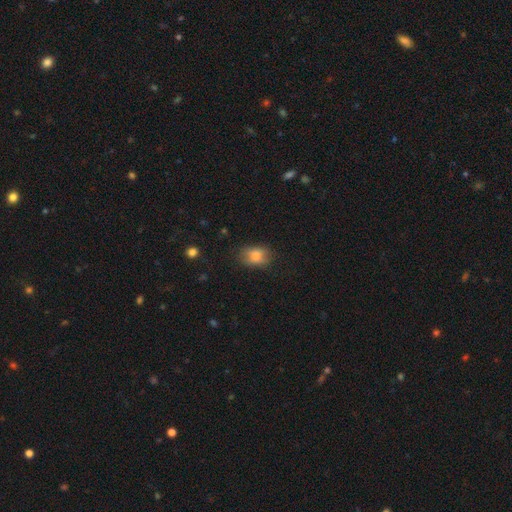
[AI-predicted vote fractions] smooth 78%, featured or disk 13%, star or artifact 9%. Down the decision tree: how rounded — in between (76%); merging — none (66%).